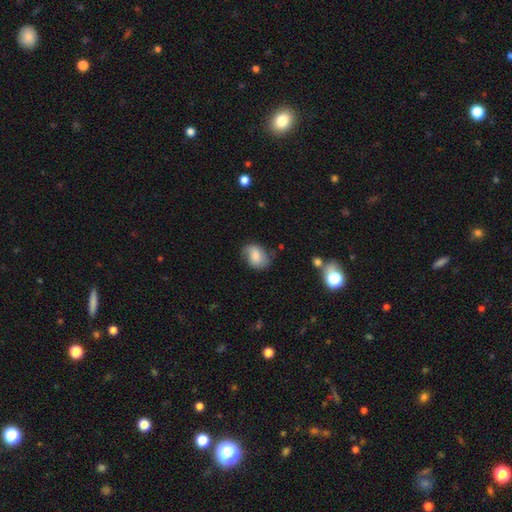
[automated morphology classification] type=smooth (60%); roundness=in between (67%); merging=none (57%).